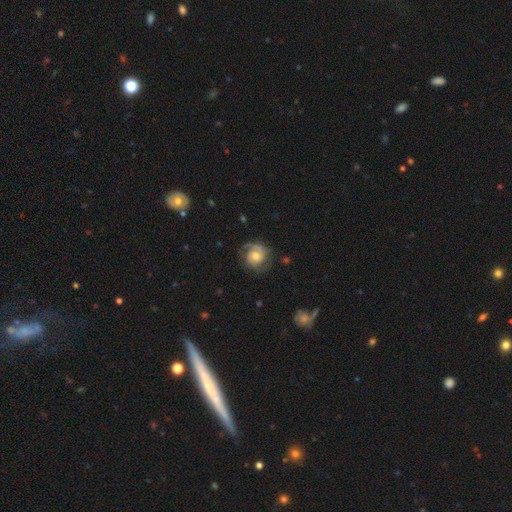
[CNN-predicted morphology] type=featured or disk (78%); edge-on=no (98%); bar=no (69%); spiral arms=yes (95%); winding=tight (47%); arm count=2 (54%); bulge=moderate (58%); merging=none (71%).